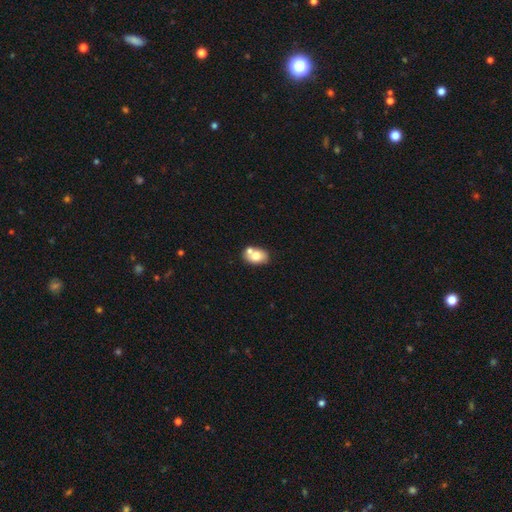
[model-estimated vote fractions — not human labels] This appears to be a smooth galaxy with no disk features (71%) that is in between round and cigar-shaped (71%). Merging: none (50%).